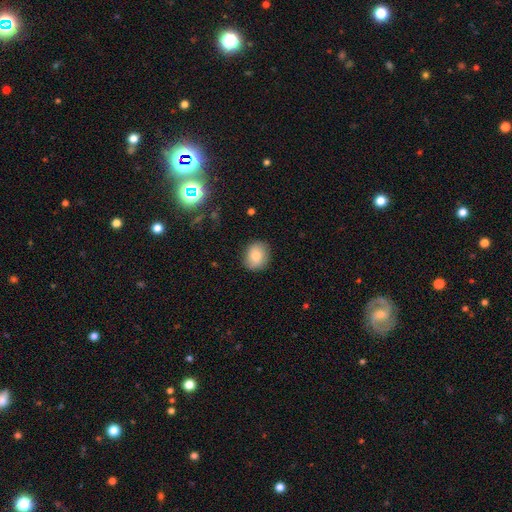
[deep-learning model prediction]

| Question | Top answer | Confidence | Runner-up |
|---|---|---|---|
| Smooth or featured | smooth | 78% | featured or disk (13%) |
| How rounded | round | 65% | in between (34%) |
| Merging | none | 85% | minor disturbance (11%) |